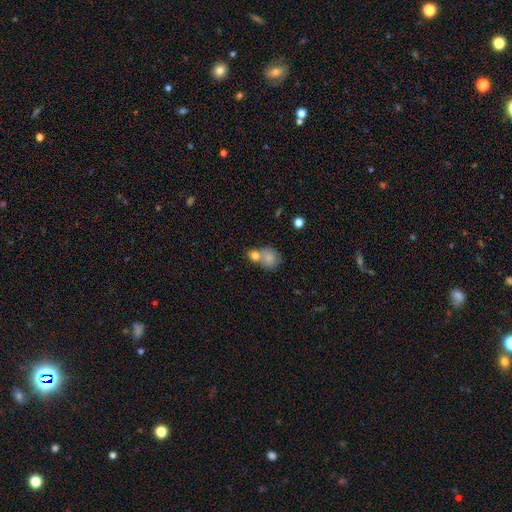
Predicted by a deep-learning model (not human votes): Smooth or featured: smooth — 78% (featured or disk — 13%)
How rounded: round — 67% (in between — 32%)
Merging: merger — 55% (none — 33%)